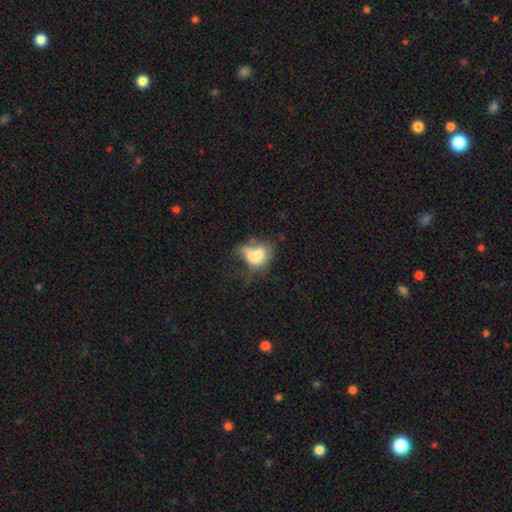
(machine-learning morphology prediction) Smooth or featured?
  - smooth: 57% *
  - featured or disk: 32%
  - star or artifact: 11%
How rounded?
  - in between: 71% *
  - round: 27%
  - cigar-shaped: 2%
Merging?
  - merger: 36% *
  - major disturbance: 30%
  - none: 18%
  - minor disturbance: 16%